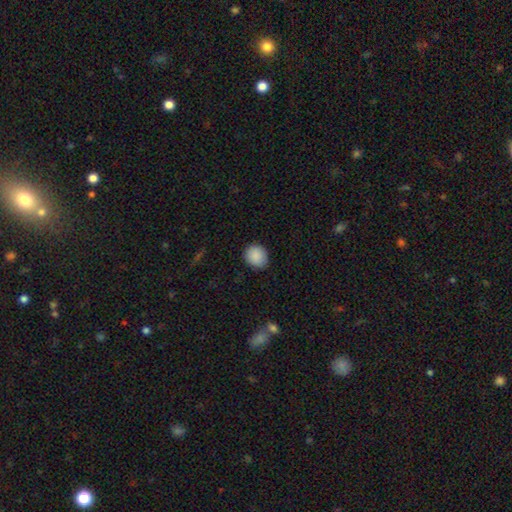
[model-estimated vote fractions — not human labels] Overall: smooth (89%). How rounded: round (78%). Merging: none (86%).